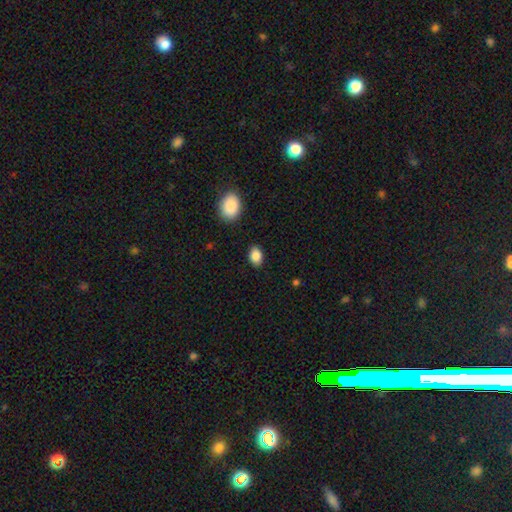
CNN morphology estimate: smooth-or-featured: smooth: 87% | star or artifact: 8% | featured or disk: 4%
  how-rounded: in between: 77% | round: 22% | cigar-shaped: 1%
  merging: none: 87% | minor disturbance: 9% | major disturbance: 3% | merger: 2%